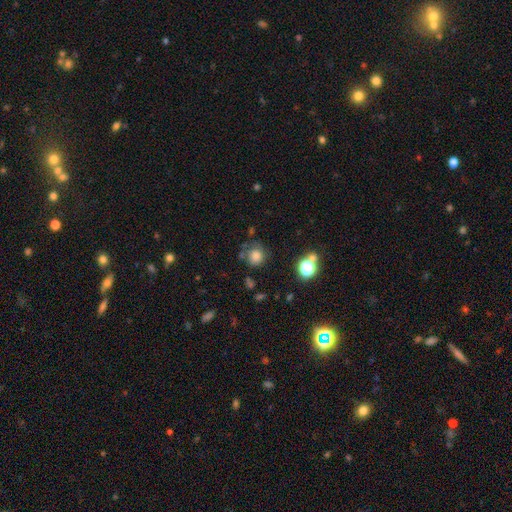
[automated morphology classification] This appears to be a smooth galaxy with no disk features (76%) that is round (87%). Merging: none (65%).